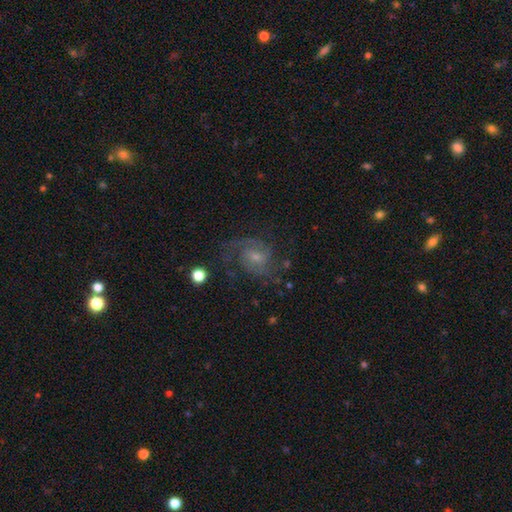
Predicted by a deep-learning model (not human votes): A featured or disk galaxy (79%) with no bar (55%), 2 (66%) medium (50%) spiral arms (94%) and a small central bulge (59%). Merging: none (65%).